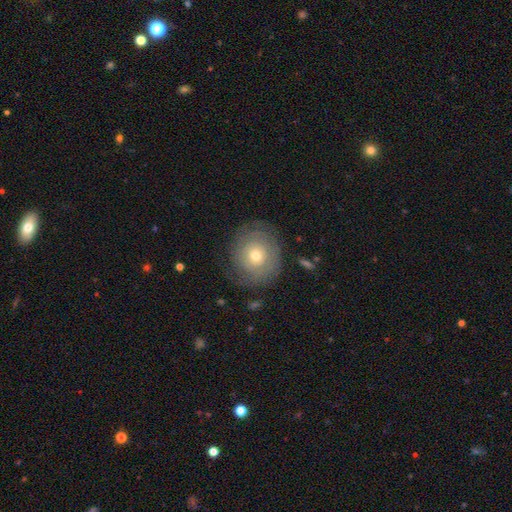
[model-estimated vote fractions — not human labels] A smooth galaxy with no disk features (46%).

Vote fractions:
- Smooth or featured? smooth: 46% / featured or disk: 45% / star or artifact: 9%
- Merging? none: 79% / minor disturbance: 14% / major disturbance: 6% / merger: 1%